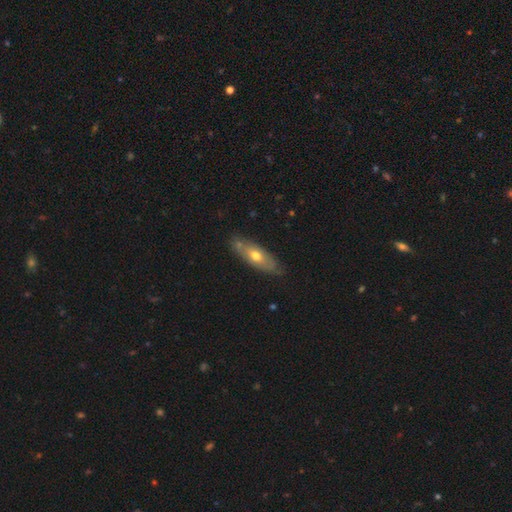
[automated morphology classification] type=smooth (54%); roundness=in between (64%); merging=none (74%).